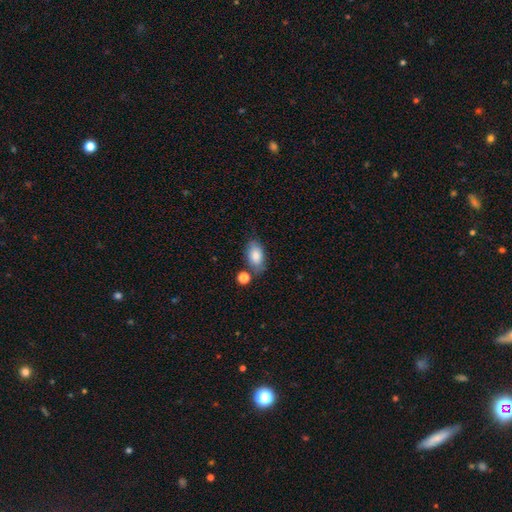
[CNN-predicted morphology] Smooth or featured?
  - smooth: 81% *
  - featured or disk: 11%
  - star or artifact: 8%
How rounded?
  - in between: 89% *
  - round: 9%
  - cigar-shaped: 2%
Merging?
  - none: 63% *
  - minor disturbance: 20%
  - merger: 11%
  - major disturbance: 6%